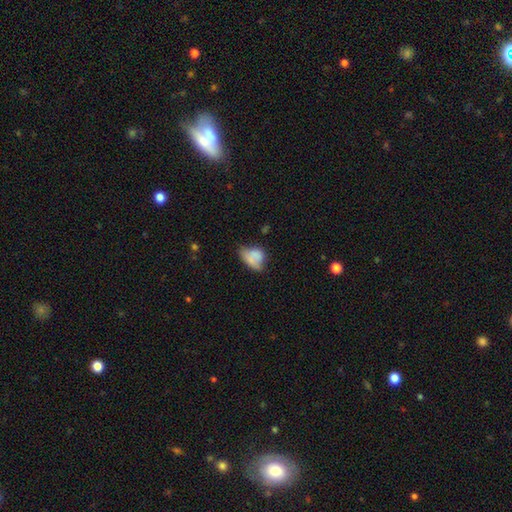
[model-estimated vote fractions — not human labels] Overall: smooth (70%). How rounded: in between (75%). Merging: minor disturbance (33%; none 29%).